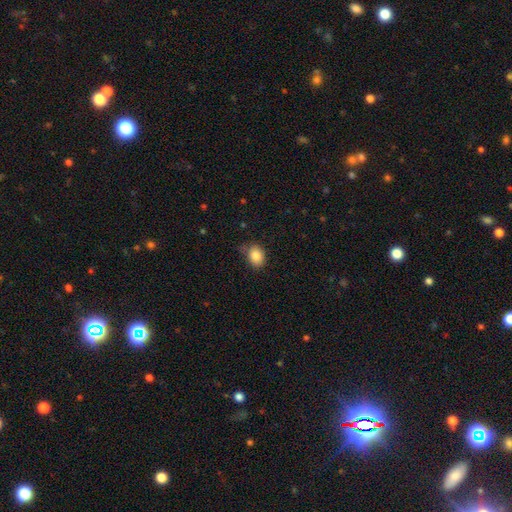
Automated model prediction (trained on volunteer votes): Smooth or featured: smooth — 85% (star or artifact — 9%)
How rounded: in between — 60% (round — 39%)
Merging: none — 71% (minor disturbance — 22%)